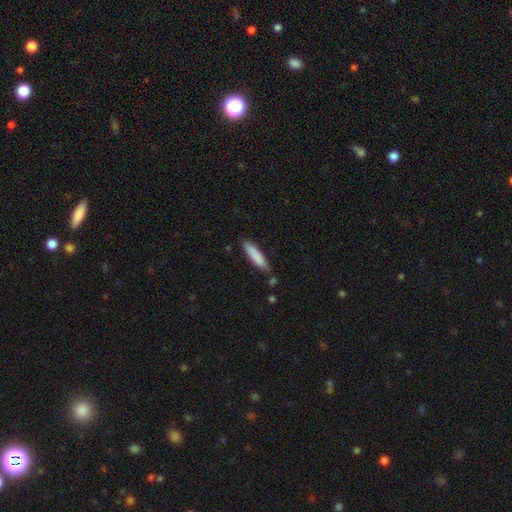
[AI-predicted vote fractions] Smooth or featured? Predicted: smooth (p=0.84). How rounded? Predicted: cigar-shaped (p=0.80). Merging? Predicted: none (p=0.80).